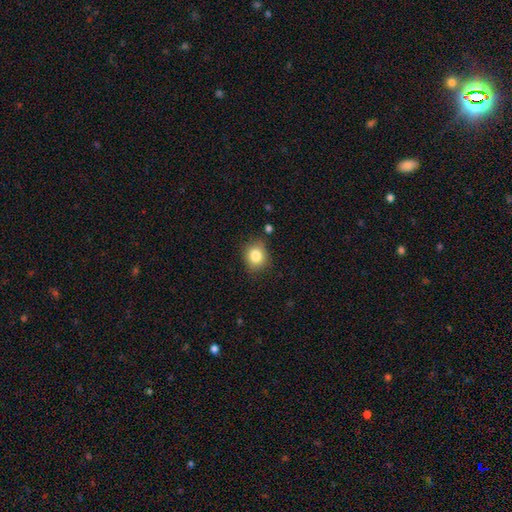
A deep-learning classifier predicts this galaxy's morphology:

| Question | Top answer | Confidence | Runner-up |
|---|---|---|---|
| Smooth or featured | smooth | 83% | star or artifact (10%) |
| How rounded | round | 71% | in between (28%) |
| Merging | none | 81% | minor disturbance (13%) |